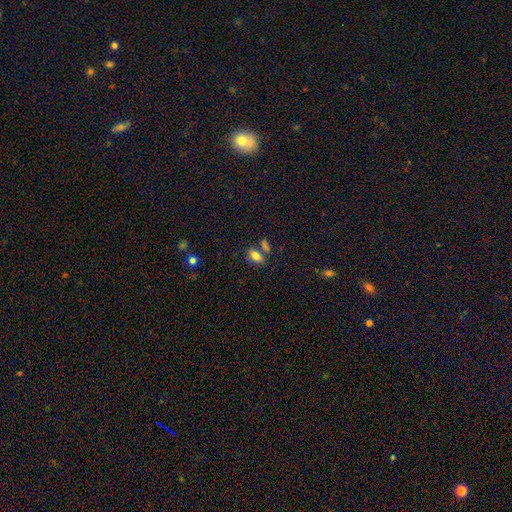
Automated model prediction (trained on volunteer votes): smooth 78%, featured or disk 13%, star or artifact 9%. Down the decision tree: how rounded — in between (86%); merging — none (65%).